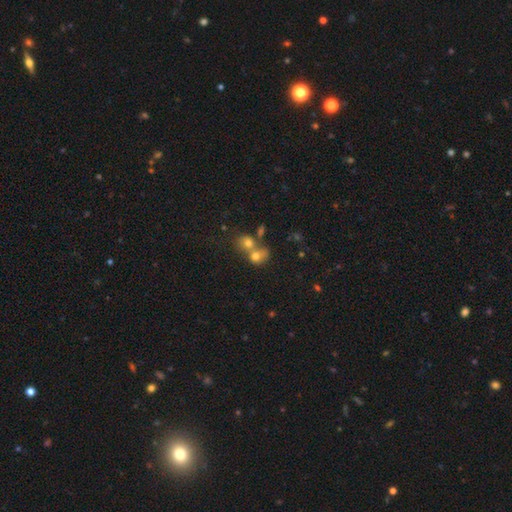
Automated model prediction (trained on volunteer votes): Smooth or featured: smooth — 69% (featured or disk — 17%)
How rounded: round — 64% (in between — 35%)
Merging: merger — 64% (none — 25%)